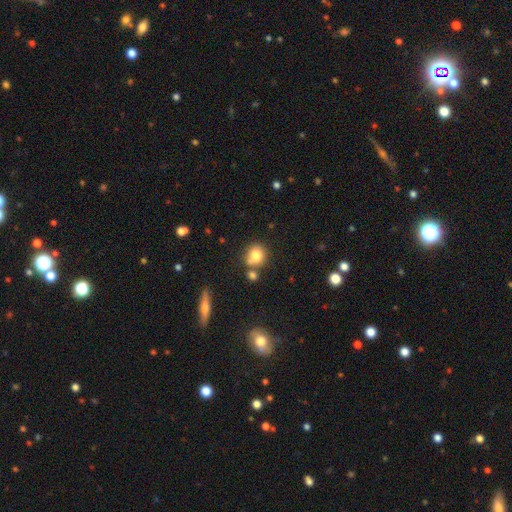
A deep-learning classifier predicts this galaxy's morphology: A smooth galaxy with no disk features (80%) that is round (82%).

Vote fractions:
- Smooth or featured? smooth: 80% / featured or disk: 10% / star or artifact: 10%
- How rounded? round: 82% / in between: 16% / cigar-shaped: 1%
- Merging? none: 60% / merger: 23% / minor disturbance: 13% / major disturbance: 4%